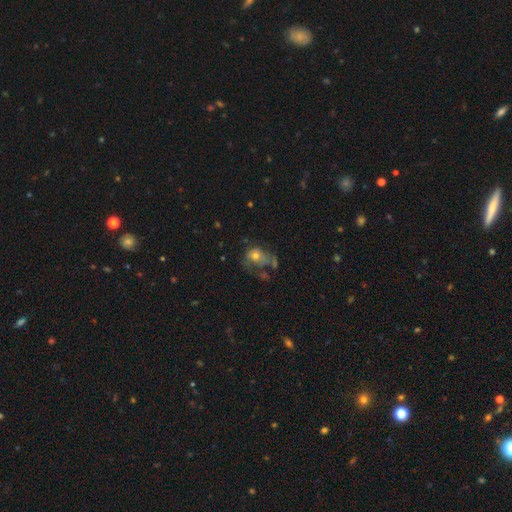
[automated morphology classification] Overall: smooth (51%; featured or disk 37%). How rounded: in between (51%; round 48%). Merging: major disturbance (42%; none 25%).